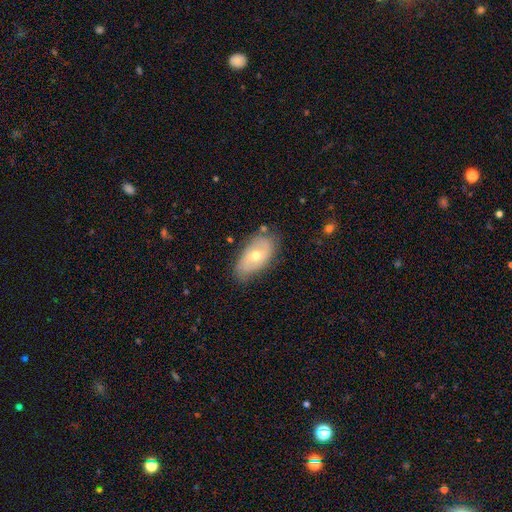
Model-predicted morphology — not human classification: smooth 47%, featured or disk 45%, star or artifact 7%. Down the decision tree: merging — none (70%).